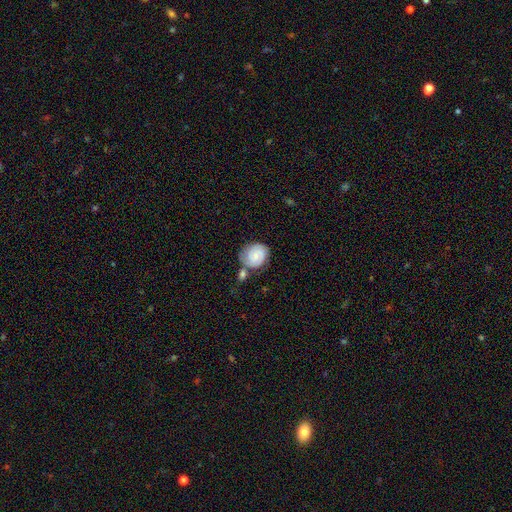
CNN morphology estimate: smooth-or-featured: featured or disk: 54% | smooth: 39% | star or artifact: 7%
  disk-edge-on: no: 98% | yes: 2%
    bar: no: 58% | weak: 35% | strong: 7%
    has-spiral-arms: yes: 90% | no: 10%
    bulge-size: small: 61% | moderate: 24% | none: 11% | large: 3% | dominant: 1%
  merging: none: 53% | merger: 20% | minor disturbance: 20% | major disturbance: 7%